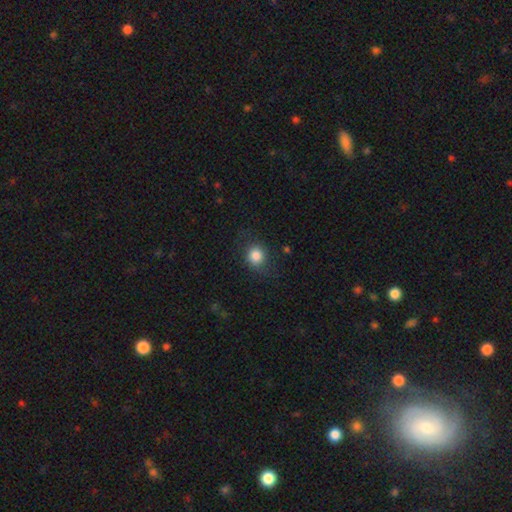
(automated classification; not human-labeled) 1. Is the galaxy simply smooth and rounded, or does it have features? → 84% smooth, 10% star or artifact, 6% featured or disk.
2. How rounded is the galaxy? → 79% round, 20% in between, 1% cigar-shaped.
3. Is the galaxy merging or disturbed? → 77% none, 15% minor disturbance, 6% major disturbance, 1% merger.